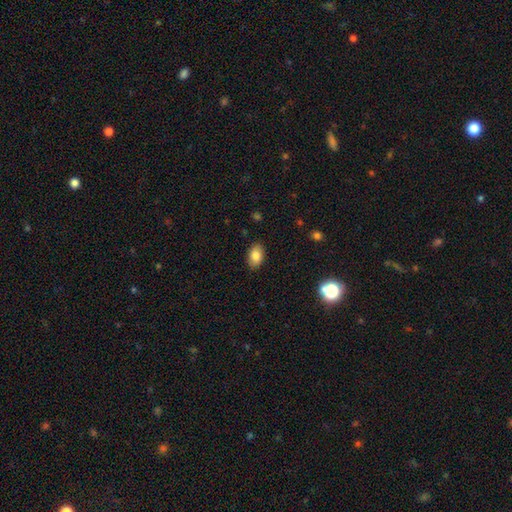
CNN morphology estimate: The model was most divided on "smooth or featured": smooth: 84%, featured or disk: 8%, star or artifact: 8%. More confident: how rounded — in between (90%); merging — none (88%).